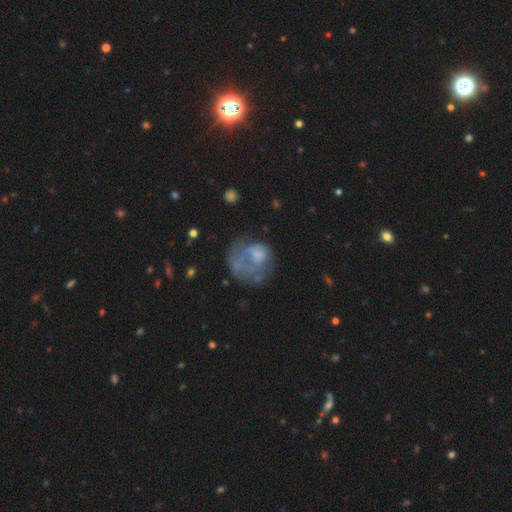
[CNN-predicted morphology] Smooth or featured? smooth (46%)
Merging? major disturbance (43%)